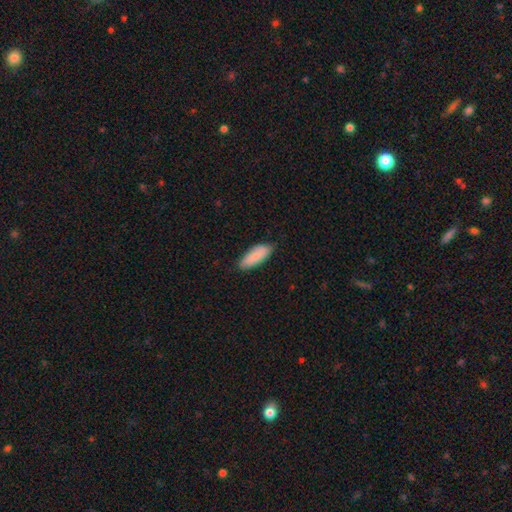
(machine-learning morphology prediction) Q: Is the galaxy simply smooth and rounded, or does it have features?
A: smooth — 84%.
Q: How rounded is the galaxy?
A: in between — 72%.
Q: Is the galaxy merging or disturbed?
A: none — 80%.